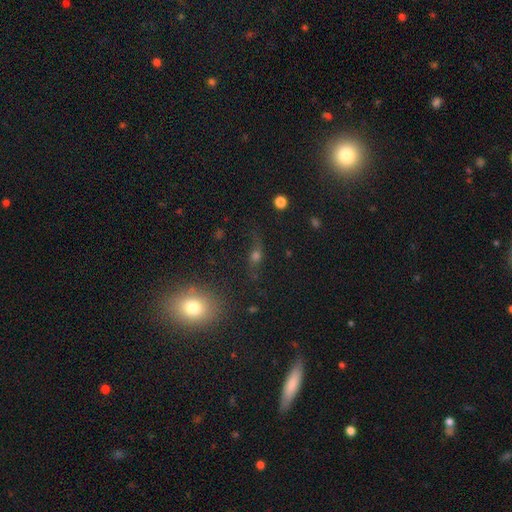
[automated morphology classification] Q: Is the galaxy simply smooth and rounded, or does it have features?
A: smooth — 38%.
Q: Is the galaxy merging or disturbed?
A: none — 60%.